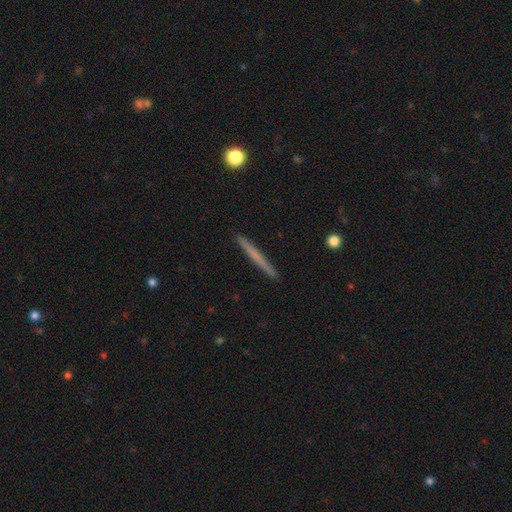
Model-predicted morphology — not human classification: A smooth galaxy with no disk features (51%) that is cigar-shaped (97%). Merging: none (92%).